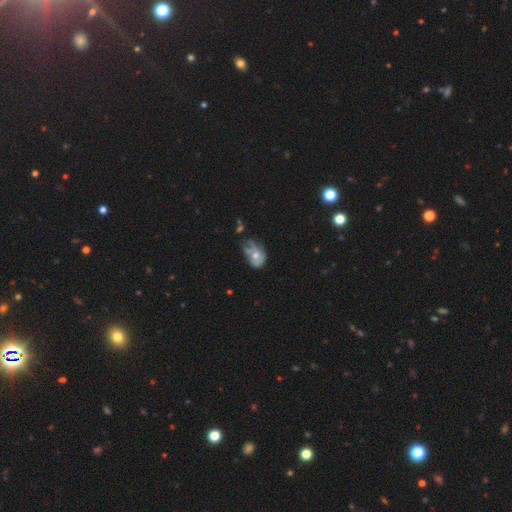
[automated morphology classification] A featured or disk galaxy (45%, tied with smooth). Merging: major disturbance (34%).